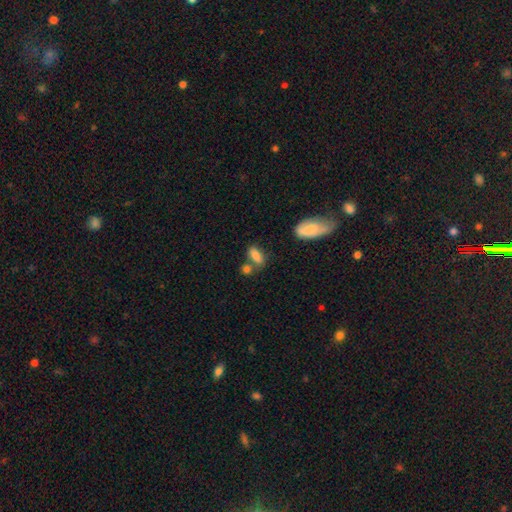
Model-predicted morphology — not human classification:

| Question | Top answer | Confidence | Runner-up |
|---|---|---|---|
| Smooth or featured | smooth | 79% | featured or disk (11%) |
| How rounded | in between | 76% | cigar-shaped (18%) |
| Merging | none | 54% | merger (23%) |